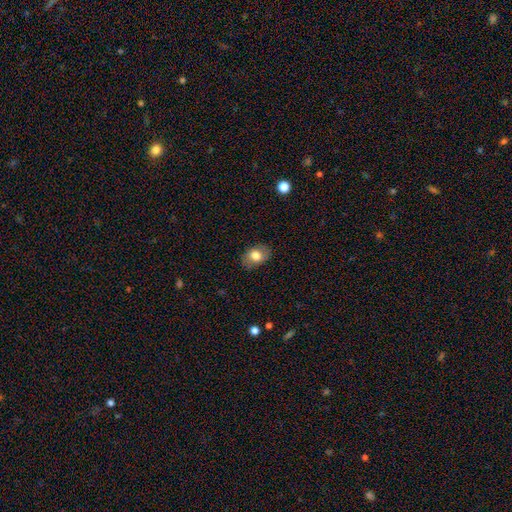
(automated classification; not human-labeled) Overall: smooth (75%). How rounded: in between (80%). Merging: none (83%).